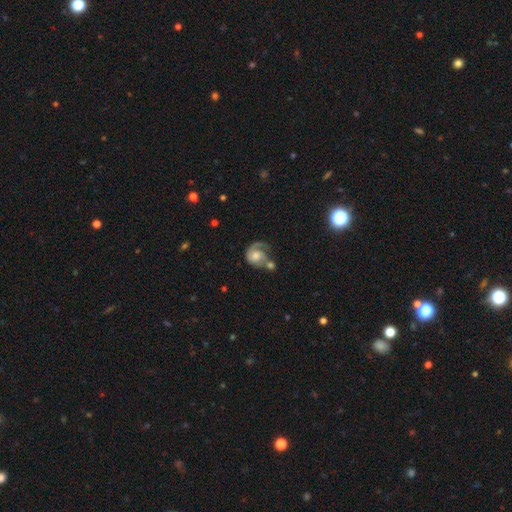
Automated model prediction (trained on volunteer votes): Smooth or featured? featured or disk (69%)
Edge-on disk? no (98%)
Bar? no (76%)
Spiral arms? yes (89%)
Spiral winding? tight (38%)
Spiral arm count? 1 (74%)
Bulge size? moderate (50%)
Merging? none (32%)